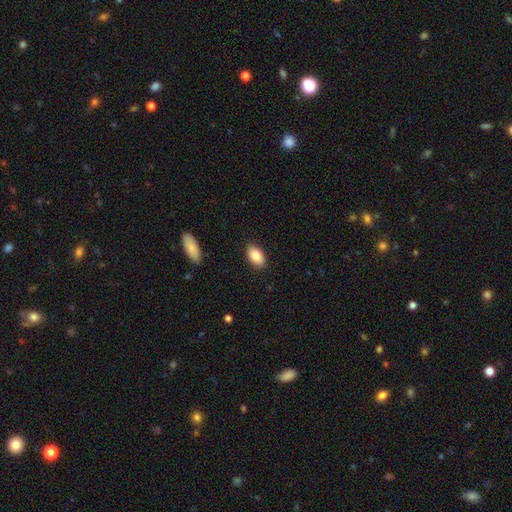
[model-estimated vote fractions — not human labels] Morphology: type=smooth (86%); roundness=in between (93%); merging=none (89%).